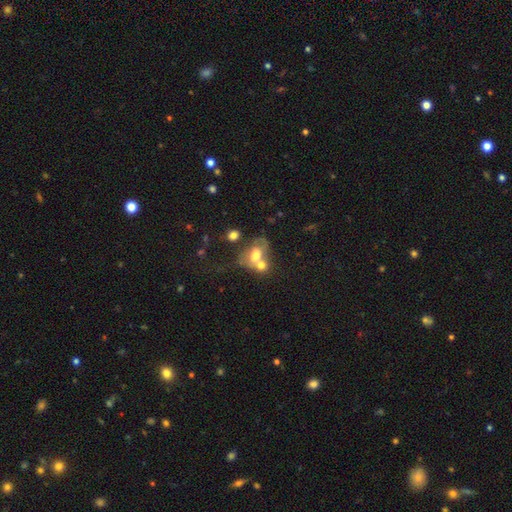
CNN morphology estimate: A smooth galaxy with no disk features (59%) that is in between round and cigar-shaped (70%). Merging: merger (62%).